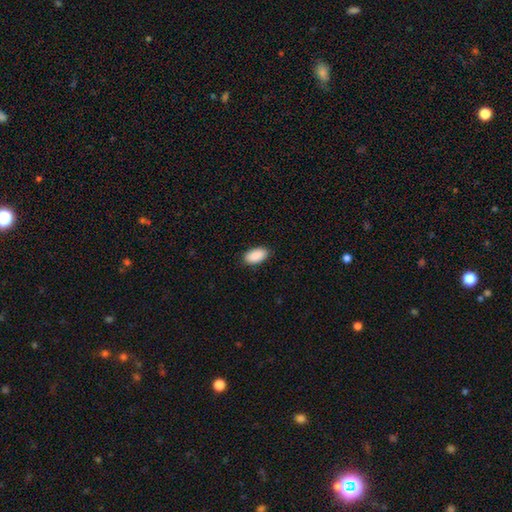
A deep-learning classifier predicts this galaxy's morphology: Smooth or featured? Predicted: smooth (p=0.91). How rounded? Predicted: in between (p=0.95). Merging? Predicted: none (p=0.88).